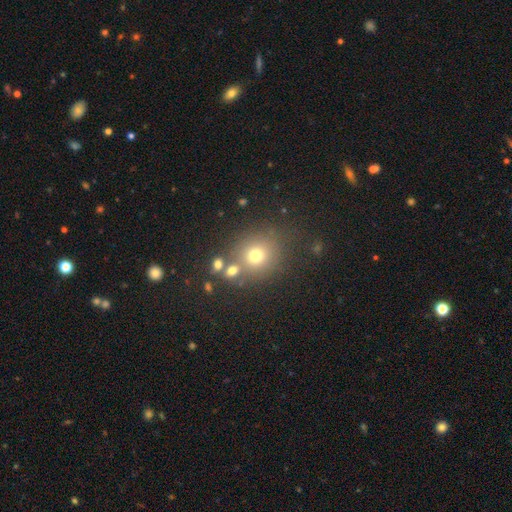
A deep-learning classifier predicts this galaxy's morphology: smooth 71%, star or artifact 18%, featured or disk 12%. Down the decision tree: how rounded — round (85%); merging — none (68%).